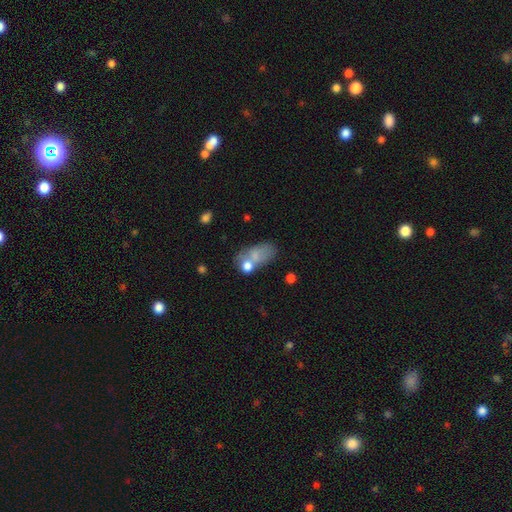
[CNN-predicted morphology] Smooth or featured? smooth (67%)
How rounded? in between (86%)
Merging? none (32%)